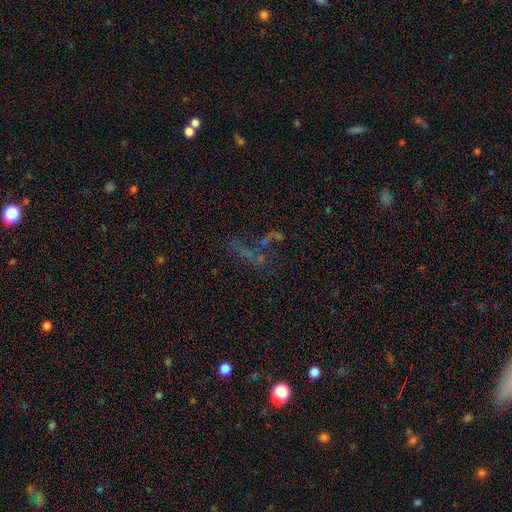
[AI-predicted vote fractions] smooth_or_featured: star or artifact (p=0.50) [alt: smooth p=0.28]